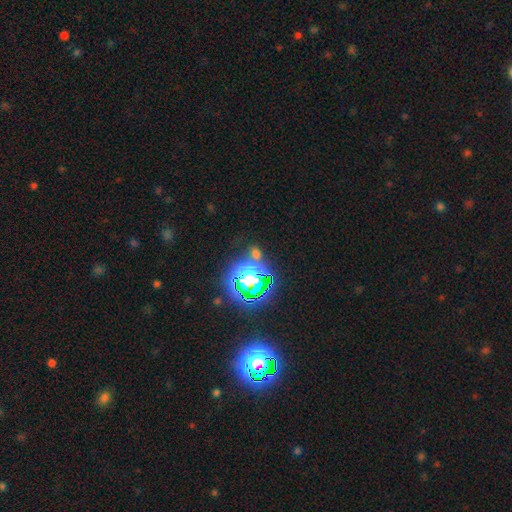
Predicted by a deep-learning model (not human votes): smooth_or_featured: star or artifact (p=0.57) [alt: smooth p=0.32]